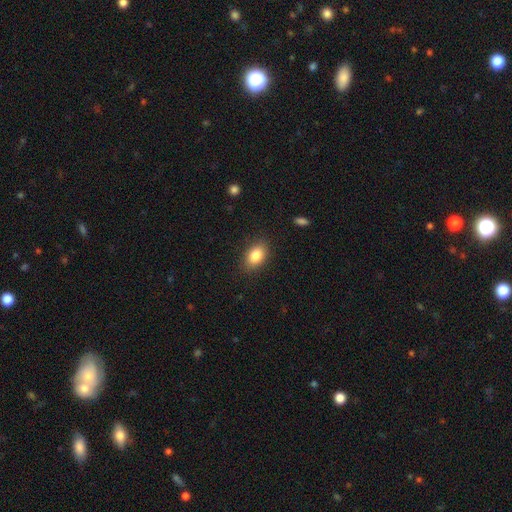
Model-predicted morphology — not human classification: smooth 83%, featured or disk 8%, star or artifact 8%. Down the decision tree: how rounded — in between (83%); merging — none (87%).